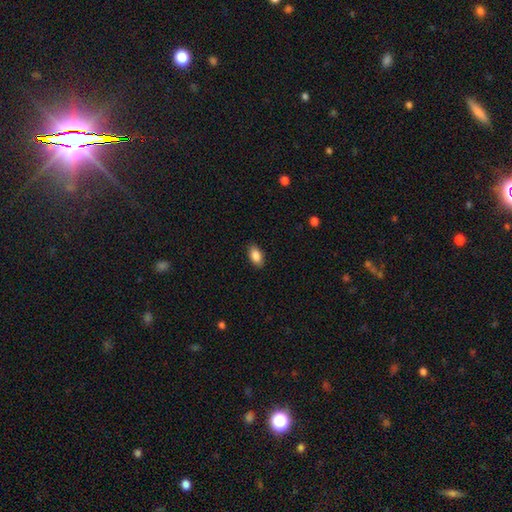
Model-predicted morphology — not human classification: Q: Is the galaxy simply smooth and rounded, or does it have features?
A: smooth — 87%.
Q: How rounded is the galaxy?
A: in between — 91%.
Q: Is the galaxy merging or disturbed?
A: none — 88%.